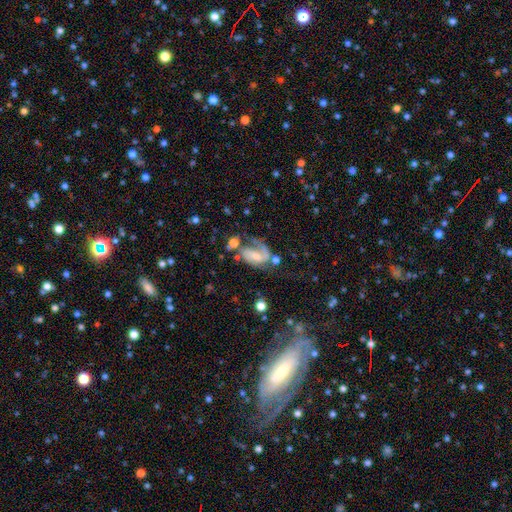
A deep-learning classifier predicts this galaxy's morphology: featured or disk 71%, smooth 20%, star or artifact 8%. Down the decision tree: edge-on disk — no (97%); bar — no (43%); spiral arms — yes (88%); spiral arm count — 1 (50%); spiral winding — medium (43%); bulge size — small (39%); merging — major disturbance (33%).